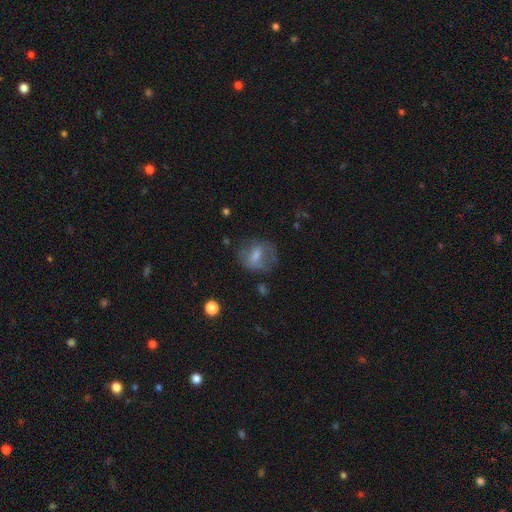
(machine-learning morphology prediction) A smooth galaxy with no disk features (55%) that is in between round and cigar-shaped (49%).

Vote fractions:
- Smooth or featured? smooth: 55% / featured or disk: 35% / star or artifact: 10%
- How rounded? in between: 49% / round: 48% / cigar-shaped: 3%
- Merging? none: 60% / minor disturbance: 22% / major disturbance: 16% / merger: 3%